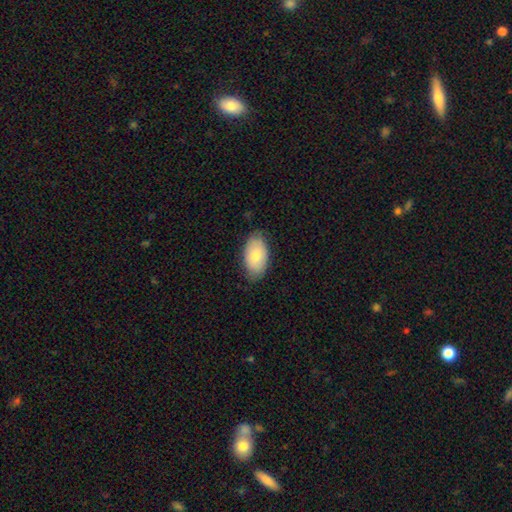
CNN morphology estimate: Overall: smooth (76%). How rounded: in between (94%). Merging: none (78%).